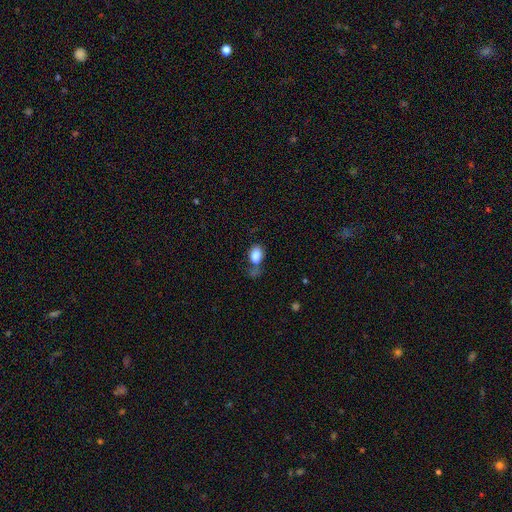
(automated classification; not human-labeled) smooth_or_featured: smooth (p=0.84) [alt: star or artifact p=0.09]
how_rounded: in between (p=0.84) [alt: round p=0.14]
merging: none (p=0.38) [alt: minor disturbance p=0.23]